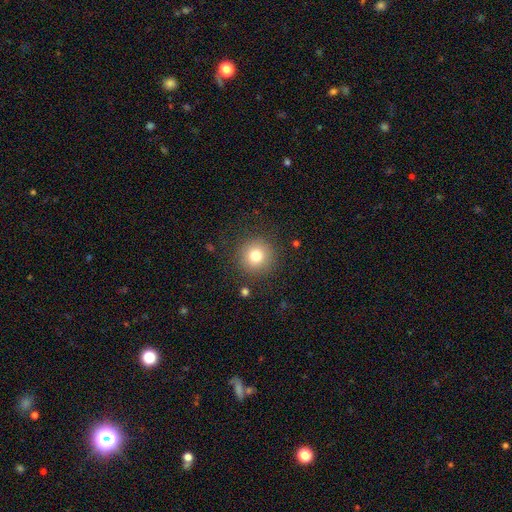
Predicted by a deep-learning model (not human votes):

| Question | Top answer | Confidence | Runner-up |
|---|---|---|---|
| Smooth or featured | smooth | 78% | star or artifact (12%) |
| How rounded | round | 95% | in between (4%) |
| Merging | none | 88% | minor disturbance (7%) |